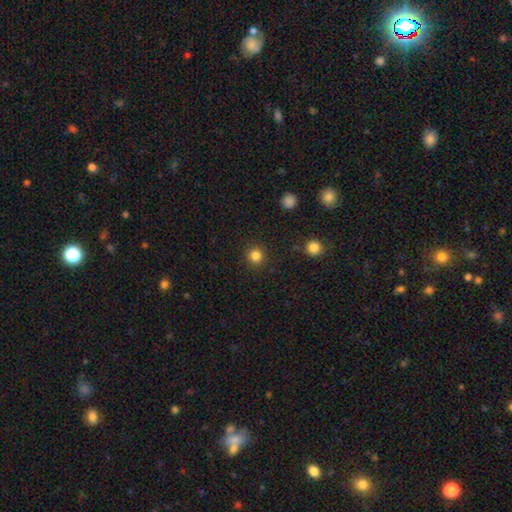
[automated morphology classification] Q: Smooth or featured?
A: smooth (83%); runner-up: star or artifact (12%)
Q: How rounded?
A: round (93%); runner-up: in between (6%)
Q: Merging?
A: none (91%); runner-up: minor disturbance (5%)